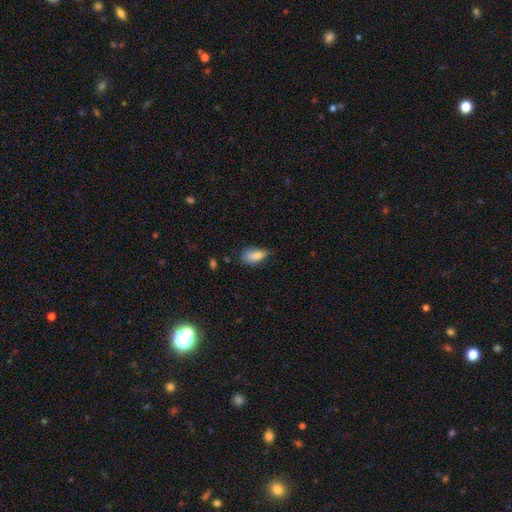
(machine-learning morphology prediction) type=smooth (81%); roundness=in between (85%); merging=none (47%).